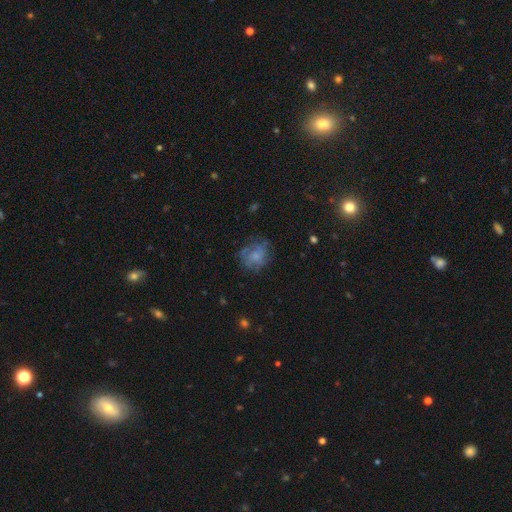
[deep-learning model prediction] Smooth or featured? Predicted: smooth (p=0.46). Merging? Predicted: none (p=0.65).